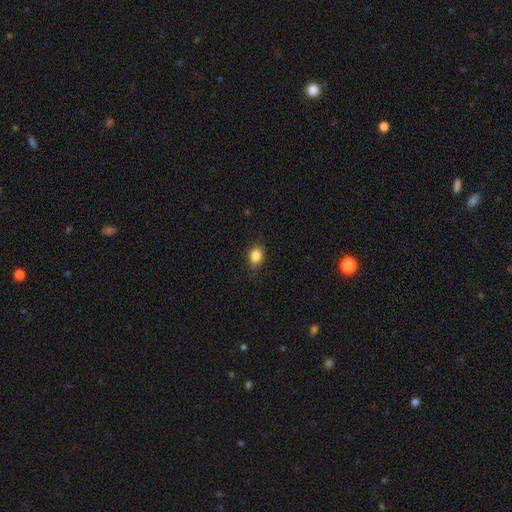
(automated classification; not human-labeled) A smooth galaxy with no disk features (84%) that is in between round and cigar-shaped (68%). Merging: none (81%).